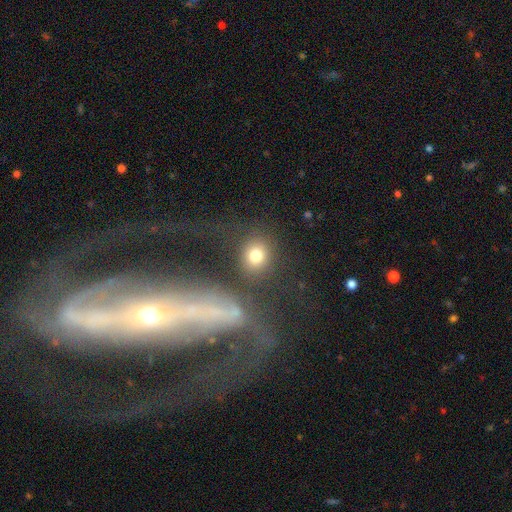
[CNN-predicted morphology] Smooth or featured? smooth (78%)
How rounded? round (71%)
Merging? none (76%)